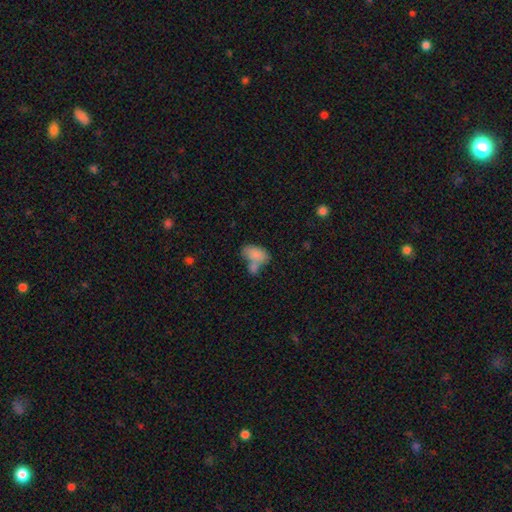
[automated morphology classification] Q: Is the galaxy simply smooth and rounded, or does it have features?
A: smooth — 80%.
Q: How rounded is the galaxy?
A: in between — 91%.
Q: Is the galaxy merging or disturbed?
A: merger — 47%.